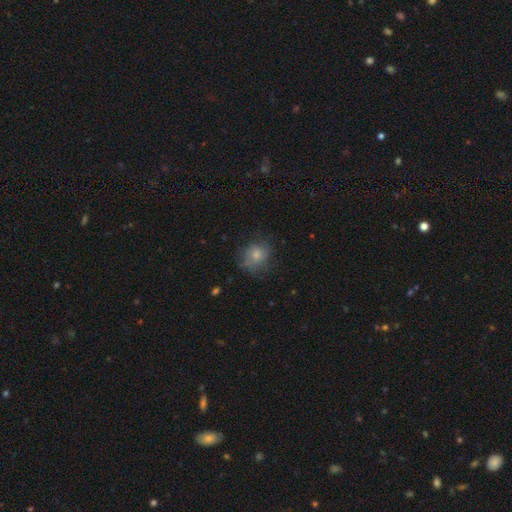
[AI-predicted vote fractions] Q: Smooth or featured?
A: smooth (56%); runner-up: featured or disk (27%)
Q: How rounded?
A: round (75%); runner-up: in between (24%)
Q: Merging?
A: none (70%); runner-up: minor disturbance (20%)